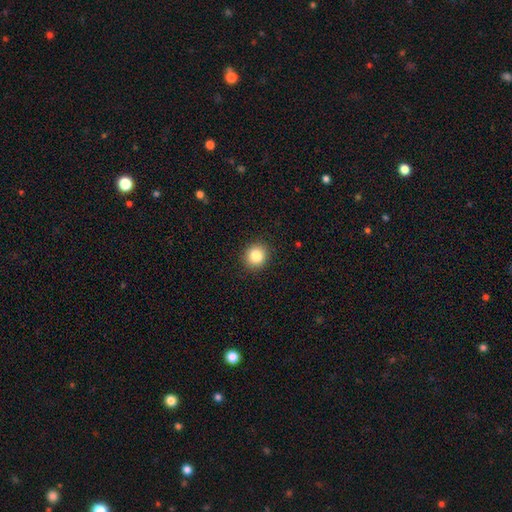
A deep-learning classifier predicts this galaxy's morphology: Q: Smooth or featured?
A: smooth (84%); runner-up: star or artifact (10%)
Q: How rounded?
A: round (85%); runner-up: in between (14%)
Q: Merging?
A: none (91%); runner-up: minor disturbance (6%)